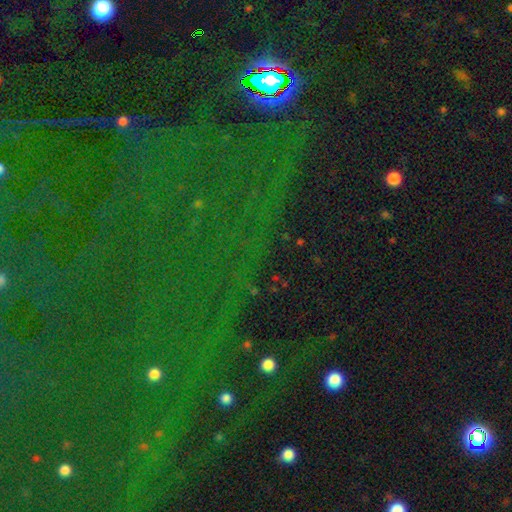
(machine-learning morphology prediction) smooth_or_featured: star or artifact (p=0.82) [alt: smooth p=0.10]